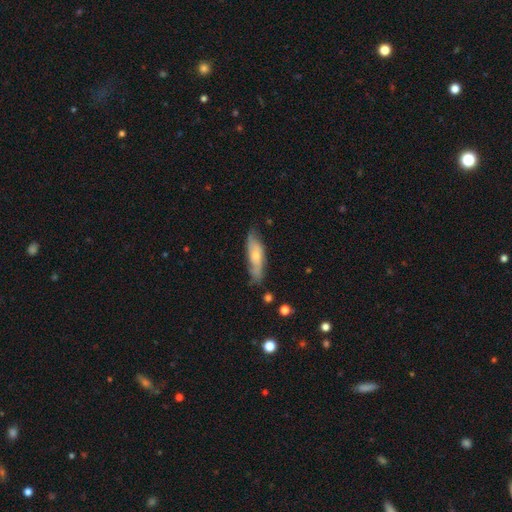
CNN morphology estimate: A featured or disk galaxy (52%). Merging: none (67%).